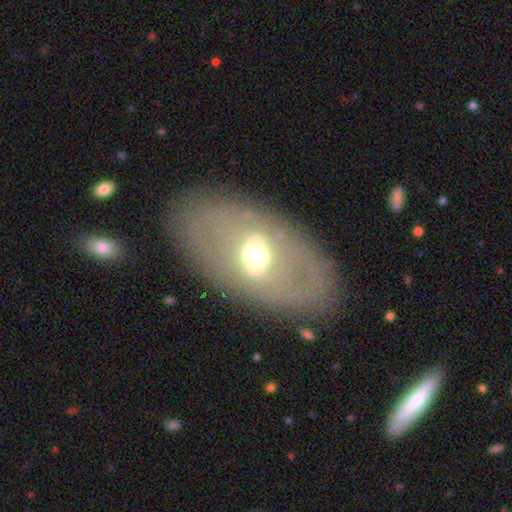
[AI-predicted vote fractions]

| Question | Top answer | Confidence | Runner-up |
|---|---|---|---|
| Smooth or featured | featured or disk | 63% | smooth (28%) |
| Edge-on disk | no | 82% | yes (18%) |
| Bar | strong | 39% | weak (33%) |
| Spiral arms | no | 83% | yes (17%) |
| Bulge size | moderate | 61% | large (18%) |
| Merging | none | 74% | minor disturbance (14%) |